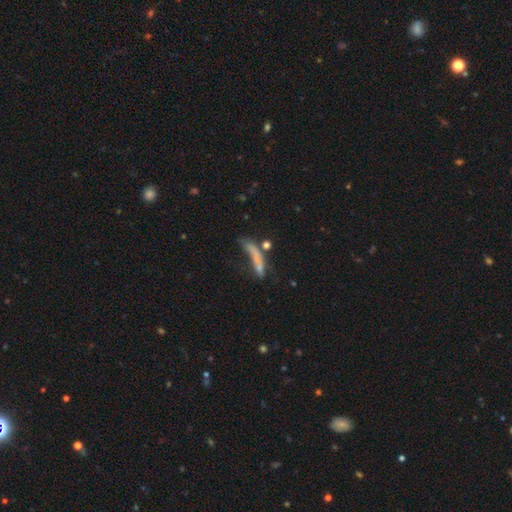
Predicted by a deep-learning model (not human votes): A smooth galaxy with no disk features (58%) that is cigar-shaped (82%). Merging: none (34%).